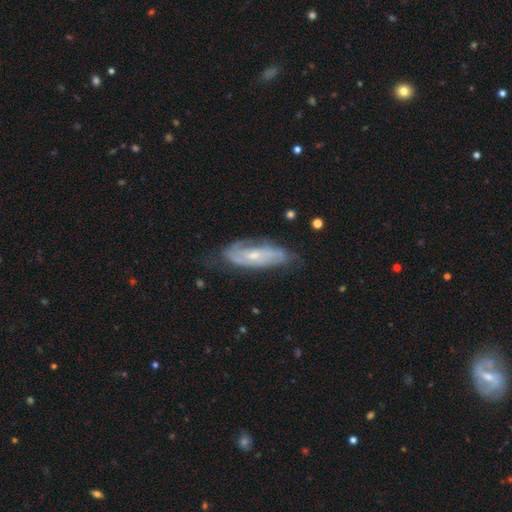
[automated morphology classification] A featured or disk galaxy (75%) with no bar (62%), 2 (51%) tight (46%) spiral arms (88%) and a small central bulge (63%).

Vote fractions:
- Smooth or featured? featured or disk: 75% / smooth: 19% / star or artifact: 7%
- Edge-on disk? no: 86% / yes: 14%
- Bar? no: 62% / weak: 29% / strong: 9%
- Spiral arms? yes: 88% / no: 12%
- Spiral winding? tight: 46% / medium: 38% / loose: 16%
- Spiral arm count? 2: 51% / can't tell: 32% / 3: 8% / 1: 4% / 4: 3% / more than 4: 2%
- Bulge size? small: 63% / moderate: 32% / none: 2% / large: 1% / dominant: 1%
- Merging? none: 65% / minor disturbance: 24% / major disturbance: 9% / merger: 2%